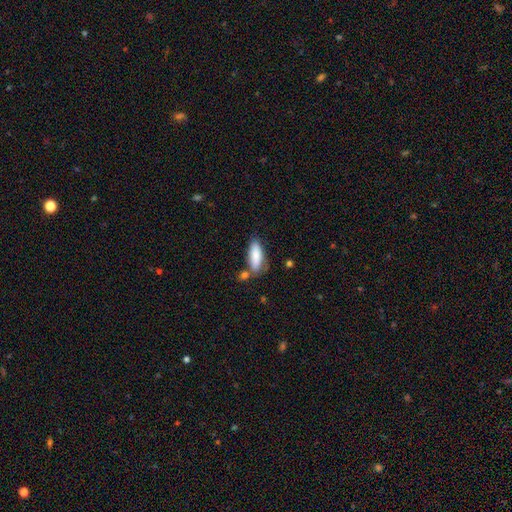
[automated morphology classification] Smooth or featured? Predicted: smooth (p=0.84). How rounded? Predicted: in between (p=0.64). Merging? Predicted: none (p=0.62).